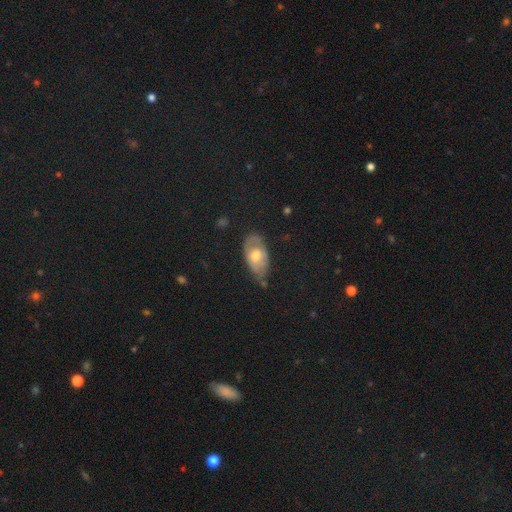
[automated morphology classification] This appears to be a smooth galaxy with no disk features (53%) that is in between round and cigar-shaped (90%). Merging: none (54%).